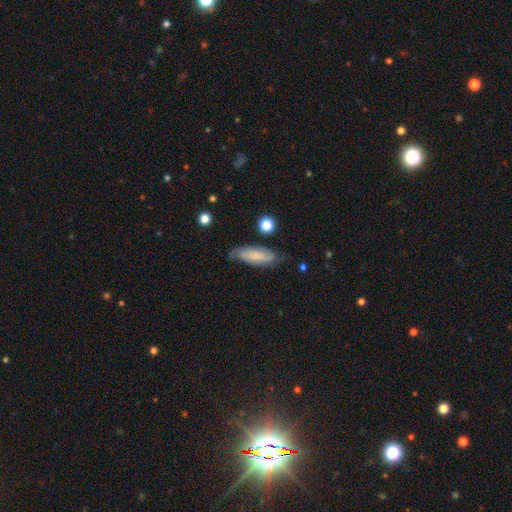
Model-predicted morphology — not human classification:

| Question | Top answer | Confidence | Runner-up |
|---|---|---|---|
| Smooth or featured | smooth | 51% | featured or disk (41%) |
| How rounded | in between | 55% | cigar-shaped (43%) |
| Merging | none | 72% | minor disturbance (21%) |